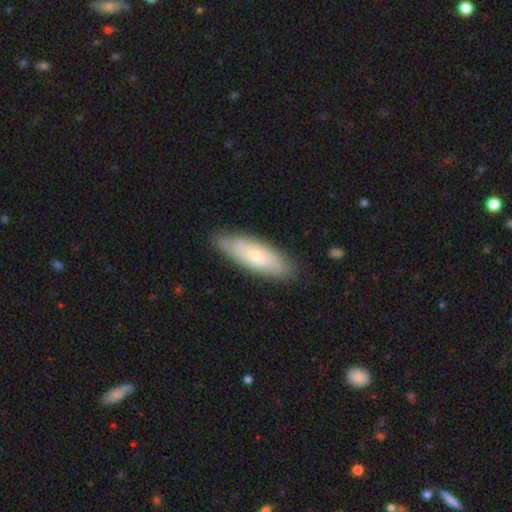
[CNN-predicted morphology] smooth-or-featured: smooth: 49% | featured or disk: 45% | star or artifact: 6%
  merging: none: 81% | minor disturbance: 15% | major disturbance: 3% | merger: 1%